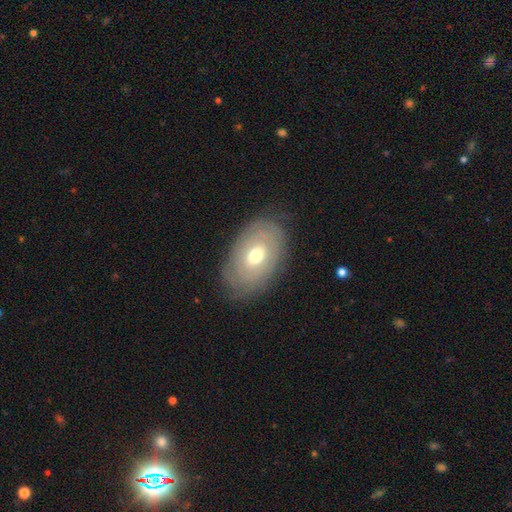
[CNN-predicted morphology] Q: Smooth or featured?
A: featured or disk (55%); runner-up: smooth (38%)
Q: Edge-on disk?
A: no (91%); runner-up: yes (9%)
Q: Merging?
A: none (80%); runner-up: minor disturbance (15%)